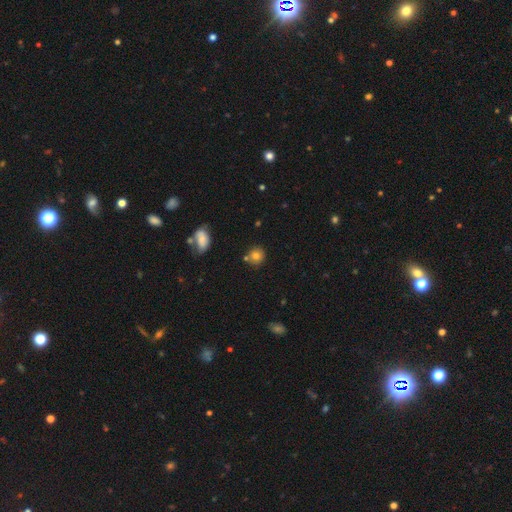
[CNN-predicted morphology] smooth_or_featured: smooth (p=0.77) [alt: star or artifact p=0.13]
how_rounded: round (p=0.87) [alt: in between p=0.12]
merging: none (p=0.74) [alt: merger p=0.12]